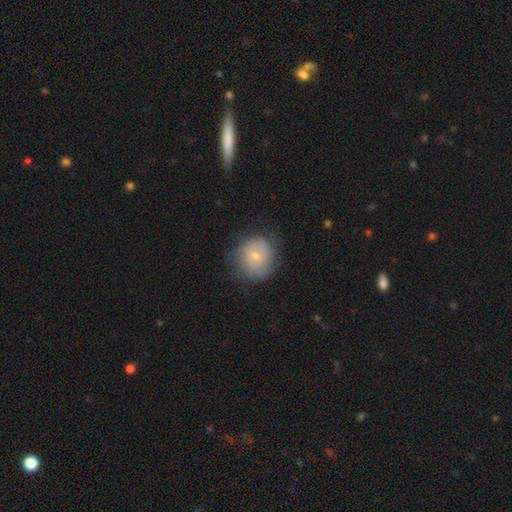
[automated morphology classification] Smooth or featured: smooth — 58% (featured or disk — 33%)
How rounded: round — 85% (in between — 14%)
Merging: none — 71% (minor disturbance — 20%)